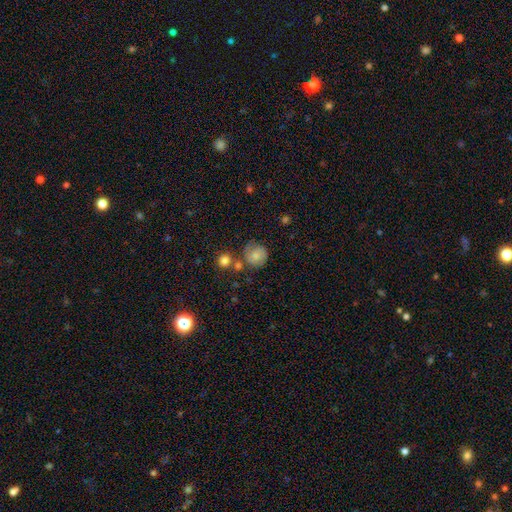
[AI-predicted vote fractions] Smooth or featured: smooth — 68% (featured or disk — 23%)
How rounded: round — 86% (in between — 13%)
Merging: none — 57% (minor disturbance — 23%)